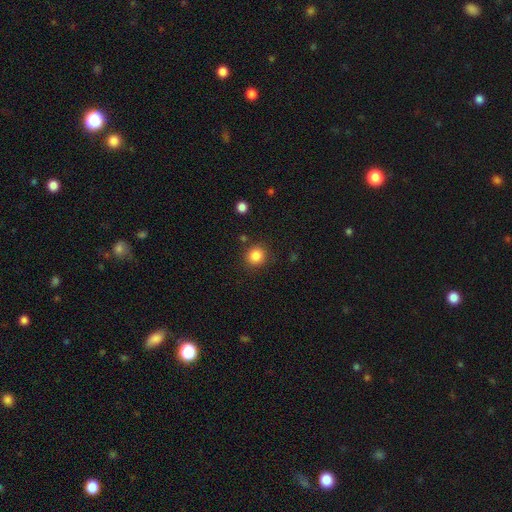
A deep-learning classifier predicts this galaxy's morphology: type=smooth (84%); roundness=round (90%); merging=none (86%).